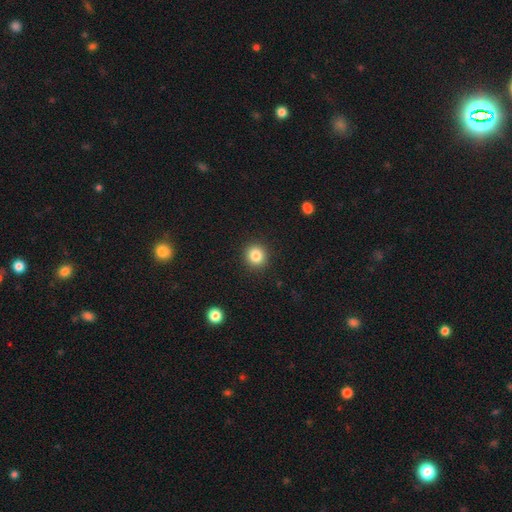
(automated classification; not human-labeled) Morphology: type=smooth (84%); roundness=round (91%); merging=none (92%).